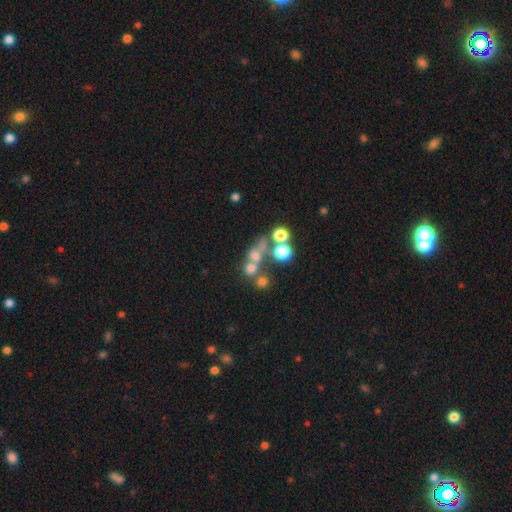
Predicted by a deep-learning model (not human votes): The model was most divided on "merging": merger: 43%, none: 36%, major disturbance: 12%, minor disturbance: 9%. Remaining: smooth or featured — smooth (47%).